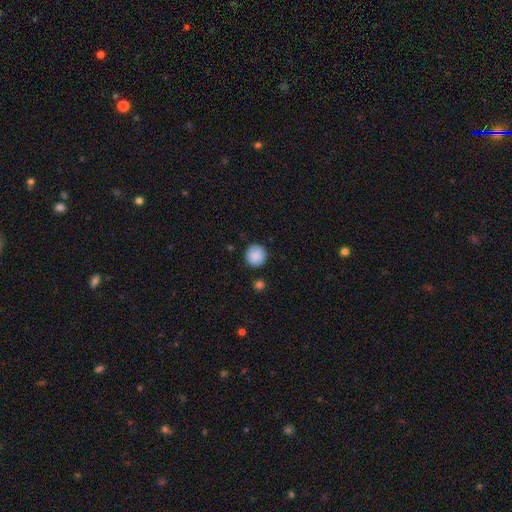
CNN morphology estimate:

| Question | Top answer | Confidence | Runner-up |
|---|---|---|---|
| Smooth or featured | smooth | 89% | star or artifact (8%) |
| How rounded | round | 93% | in between (6%) |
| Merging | none | 89% | minor disturbance (7%) |